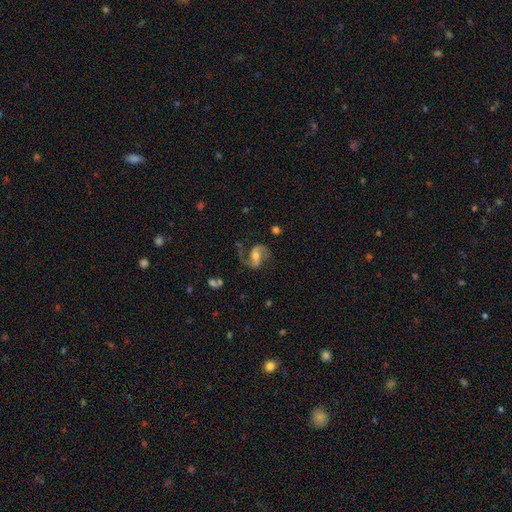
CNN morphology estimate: Q: Smooth or featured?
A: featured or disk (85%); runner-up: smooth (8%)
Q: Edge-on disk?
A: no (97%); runner-up: yes (3%)
Q: Bar?
A: weak (41%); runner-up: no (30%)
Q: Spiral arms?
A: yes (96%); runner-up: no (4%)
Q: Spiral winding?
A: medium (49%); runner-up: loose (40%)
Q: Spiral arm count?
A: 2 (91%); runner-up: 1 (4%)
Q: Bulge size?
A: moderate (63%); runner-up: small (27%)
Q: Merging?
A: none (71%); runner-up: minor disturbance (16%)